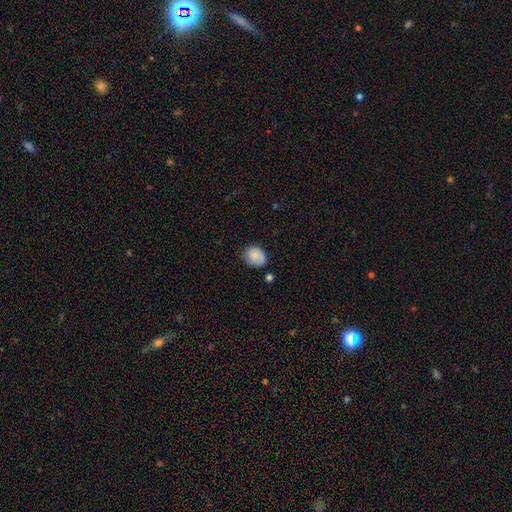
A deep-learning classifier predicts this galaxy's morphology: Smooth or featured?
  - smooth: 76% *
  - featured or disk: 16%
  - star or artifact: 8%
How rounded?
  - round: 62% *
  - in between: 37%
  - cigar-shaped: 1%
Merging?
  - none: 69% *
  - minor disturbance: 23%
  - major disturbance: 5%
  - merger: 3%